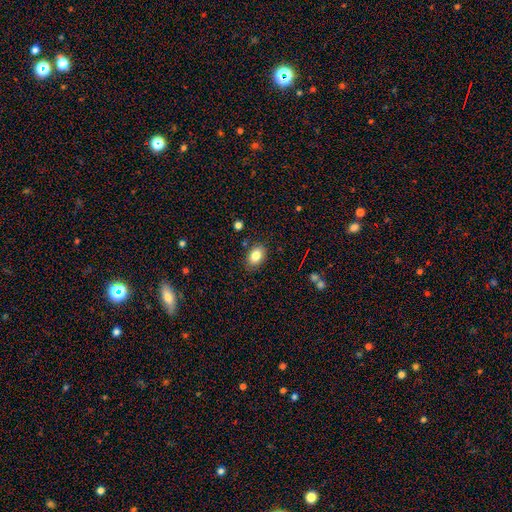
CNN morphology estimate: Overall: smooth (84%). How rounded: in between (81%). Merging: none (86%).